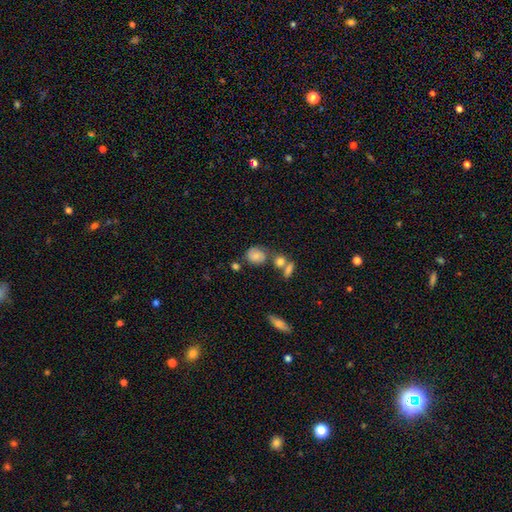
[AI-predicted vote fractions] Smooth or featured?
  - smooth: 64% *
  - featured or disk: 26%
  - star or artifact: 10%
How rounded?
  - round: 57% *
  - in between: 41%
  - cigar-shaped: 2%
Merging?
  - none: 52% *
  - minor disturbance: 20%
  - merger: 19%
  - major disturbance: 9%